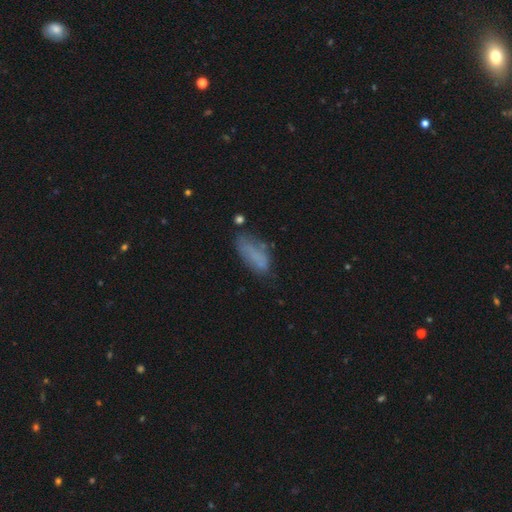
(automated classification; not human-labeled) smooth 66%, featured or disk 23%, star or artifact 12%. Down the decision tree: how rounded — in between (76%); merging — none (49%).